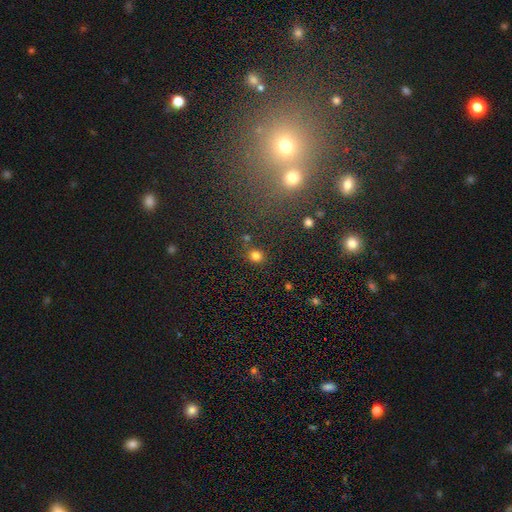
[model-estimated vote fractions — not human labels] This appears to be a smooth galaxy with no disk features (79%) that is round (83%). Merging: none (80%).